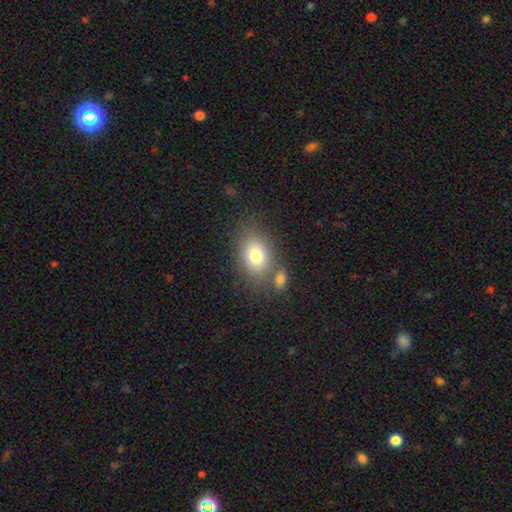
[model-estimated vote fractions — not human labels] Smooth or featured: smooth — 78% (featured or disk — 12%)
How rounded: in between — 76% (round — 22%)
Merging: none — 63% (merger — 19%)